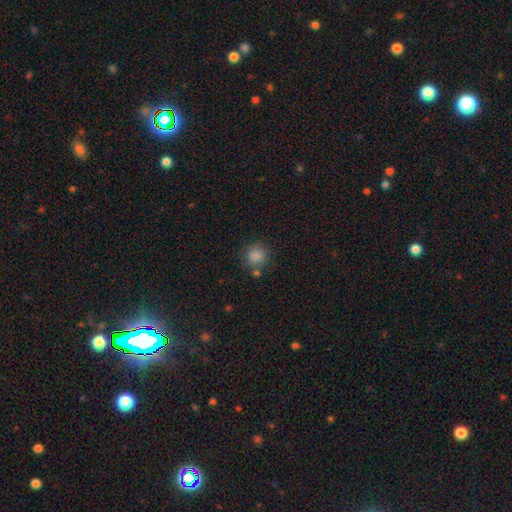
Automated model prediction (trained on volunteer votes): Smooth or featured? smooth (85%)
How rounded? round (87%)
Merging? none (75%)